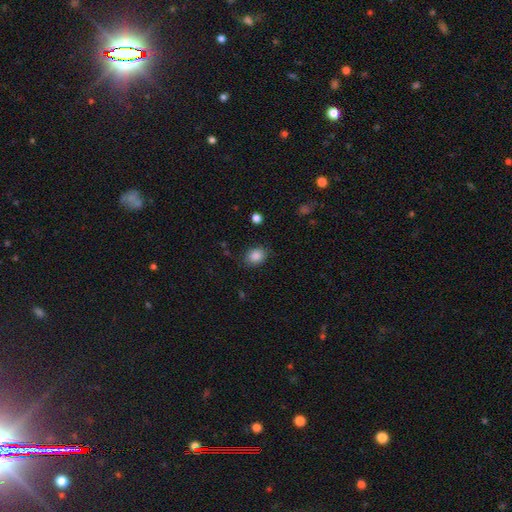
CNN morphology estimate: smooth-or-featured: smooth: 86% | star or artifact: 9% | featured or disk: 5%
  how-rounded: in between: 61% | round: 38% | cigar-shaped: 1%
  merging: none: 82% | minor disturbance: 13% | major disturbance: 4% | merger: 1%